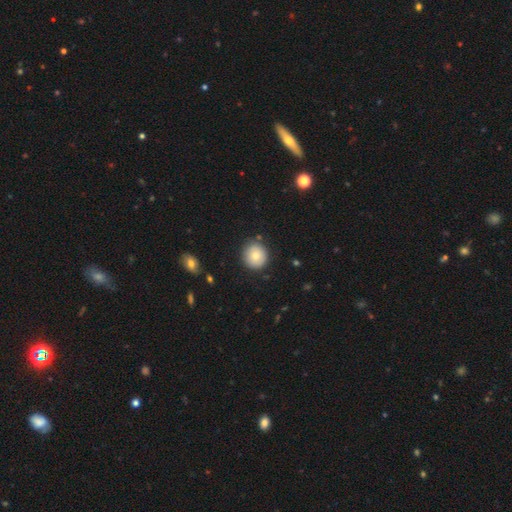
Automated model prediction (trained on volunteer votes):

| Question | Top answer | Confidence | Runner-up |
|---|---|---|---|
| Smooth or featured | smooth | 78% | featured or disk (12%) |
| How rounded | round | 89% | in between (10%) |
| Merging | none | 87% | minor disturbance (9%) |